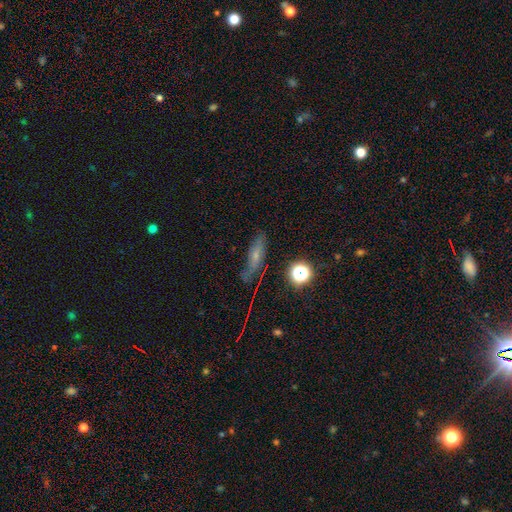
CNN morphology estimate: Smooth or featured: smooth — 46% (featured or disk — 32%)
Merging: none — 60% (minor disturbance — 24%)